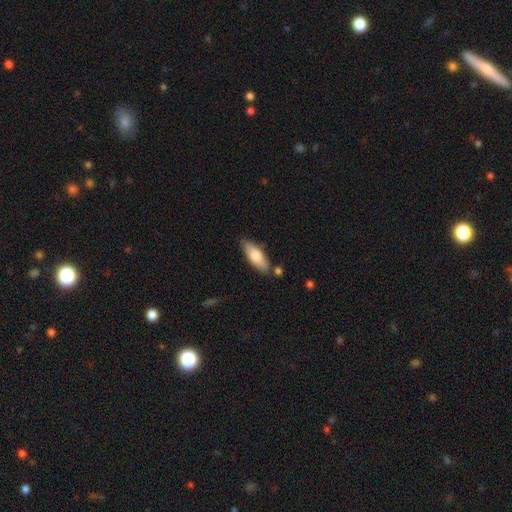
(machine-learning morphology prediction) Smooth or featured?
  - smooth: 73% *
  - featured or disk: 21%
  - star or artifact: 6%
How rounded?
  - in between: 67% *
  - cigar-shaped: 31%
  - round: 2%
Merging?
  - none: 78% *
  - minor disturbance: 14%
  - merger: 6%
  - major disturbance: 3%